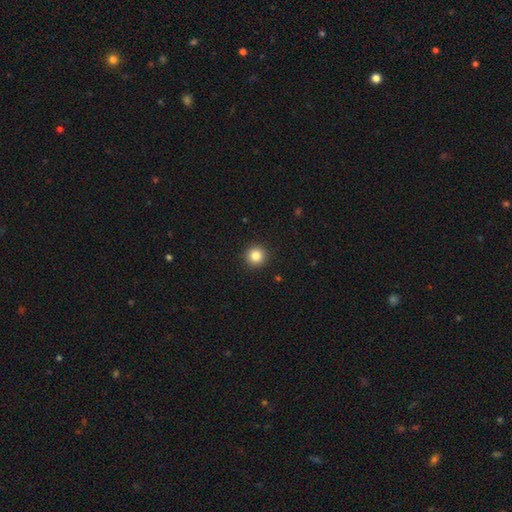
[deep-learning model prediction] This appears to be a smooth galaxy with no disk features (83%) that is round (96%). Merging: none (93%).